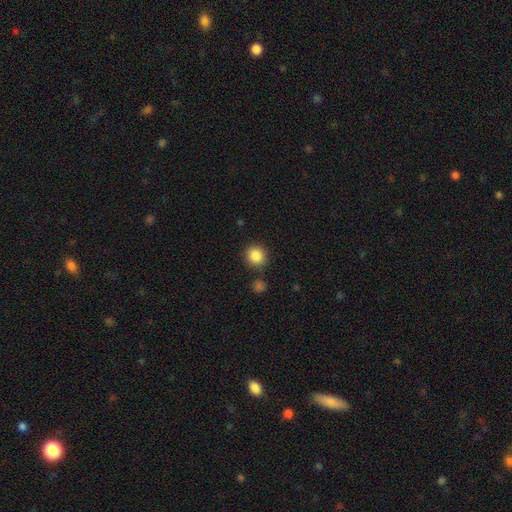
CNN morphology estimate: type=smooth (87%); roundness=round (88%); merging=none (83%).